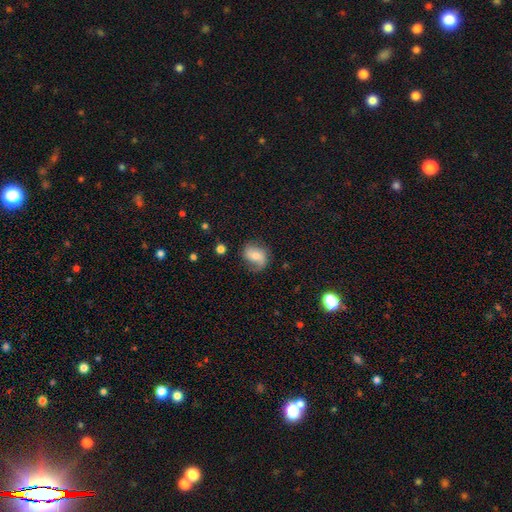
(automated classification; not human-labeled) This appears to be a featured or disk galaxy (51%). Merging: none (63%).